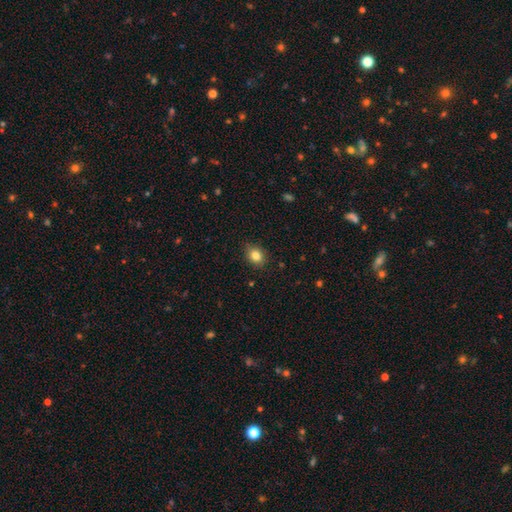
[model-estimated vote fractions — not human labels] smooth 83%, star or artifact 10%, featured or disk 6%. Down the decision tree: how rounded — in between (54%); merging — none (83%).